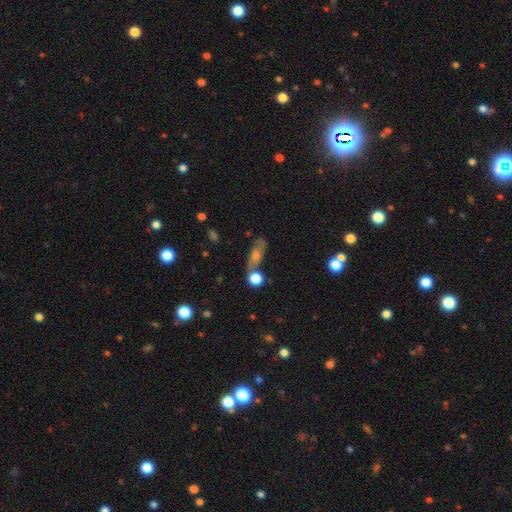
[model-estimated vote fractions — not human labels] The model was most divided on "smooth or featured": smooth: 49%, featured or disk: 37%, star or artifact: 14%. More confident: merging — none (56%).